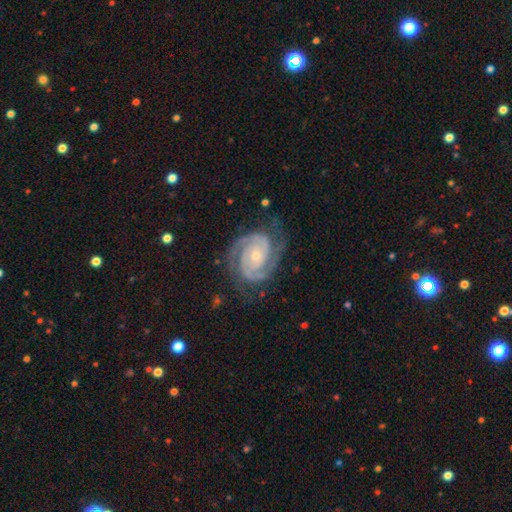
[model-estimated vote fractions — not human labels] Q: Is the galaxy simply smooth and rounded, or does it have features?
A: featured or disk — 93%.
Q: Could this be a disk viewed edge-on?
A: no — 98%.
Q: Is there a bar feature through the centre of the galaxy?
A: no — 67%.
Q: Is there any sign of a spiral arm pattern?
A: yes — 99%.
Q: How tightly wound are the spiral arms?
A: tight — 72%.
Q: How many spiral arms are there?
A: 2 — 78%.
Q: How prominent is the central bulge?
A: small — 66%.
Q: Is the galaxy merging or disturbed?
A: none — 77%.